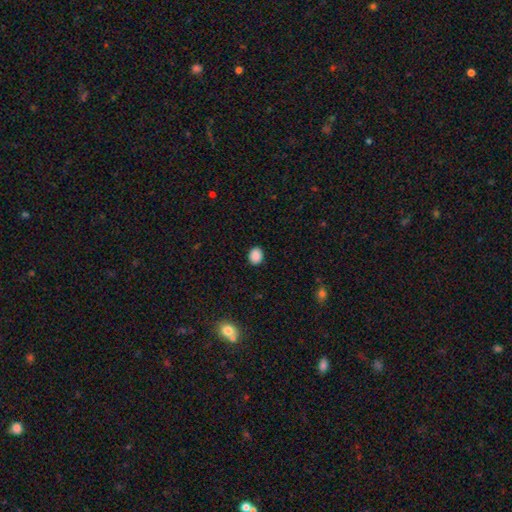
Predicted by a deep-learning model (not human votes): The model was most divided on "how rounded": round: 50%, in between: 49%, cigar-shaped: 1%. More confident: merging — none (90%); smooth or featured — smooth (89%).